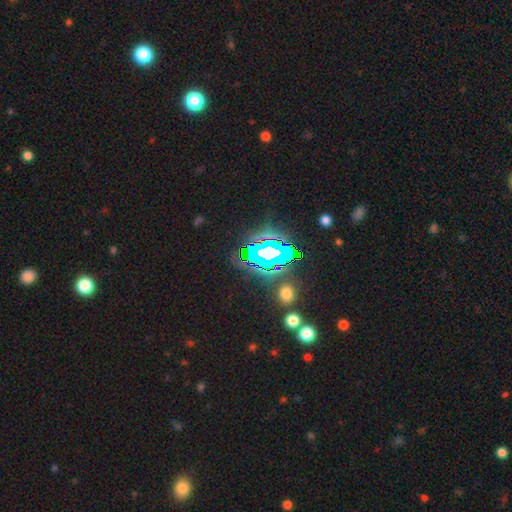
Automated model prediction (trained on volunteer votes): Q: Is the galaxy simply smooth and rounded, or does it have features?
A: star or artifact — 73%.